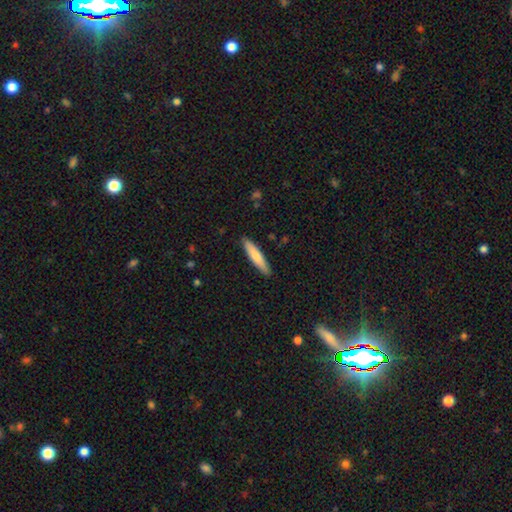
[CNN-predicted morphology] smooth 74%, featured or disk 21%, star or artifact 5%. Down the decision tree: how rounded — cigar-shaped (86%); merging — none (90%).